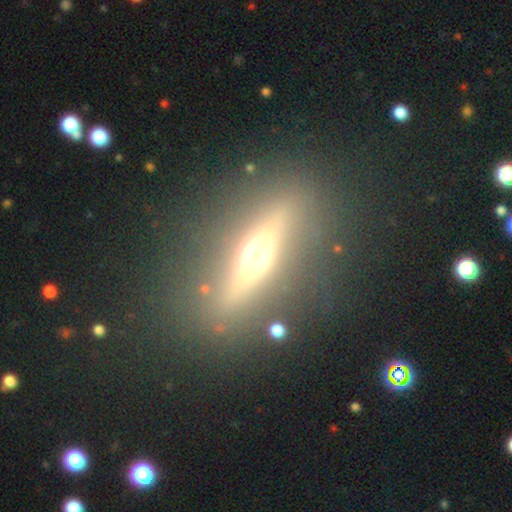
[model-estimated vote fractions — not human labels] Q: Smooth or featured?
A: featured or disk (68%); runner-up: smooth (21%)
Q: Edge-on disk?
A: yes (88%); runner-up: no (12%)
Q: Edge-on bulge?
A: rounded (94%); runner-up: boxy (4%)
Q: Merging?
A: none (86%); runner-up: minor disturbance (8%)